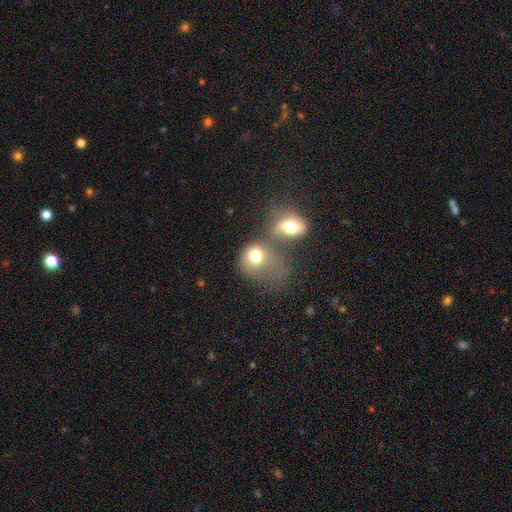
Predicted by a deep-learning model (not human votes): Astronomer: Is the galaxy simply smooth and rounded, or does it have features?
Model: smooth — 69%.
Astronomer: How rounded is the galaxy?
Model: round — 55% (runner-up: in between, 44%).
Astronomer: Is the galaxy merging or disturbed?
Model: merger — 63%.